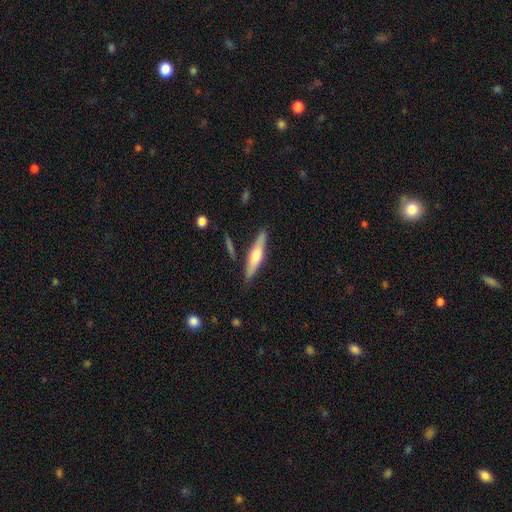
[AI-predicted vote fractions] Overall: featured or disk (51%; smooth 44%). Edge-on disk: yes (93%). Merging: none (83%).